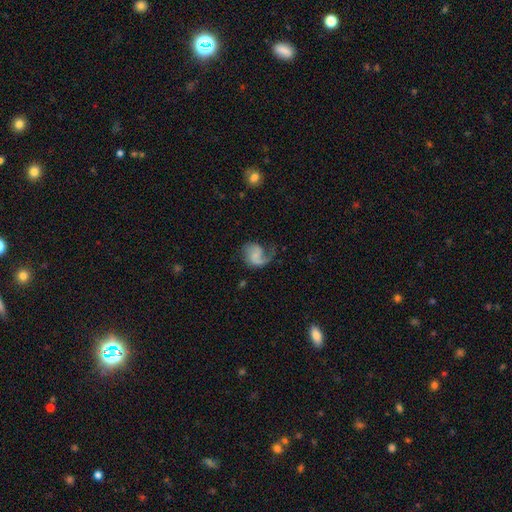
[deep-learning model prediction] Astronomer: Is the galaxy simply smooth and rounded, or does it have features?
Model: featured or disk — 71%.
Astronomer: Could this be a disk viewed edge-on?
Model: no — 98%.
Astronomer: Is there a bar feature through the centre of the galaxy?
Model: no — 54% (runner-up: weak, 38%).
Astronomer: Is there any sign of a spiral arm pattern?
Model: yes — 93%.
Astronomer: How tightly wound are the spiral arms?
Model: loose — 47% (runner-up: medium, 39%).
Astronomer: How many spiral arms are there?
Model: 1 — 52% (runner-up: 2, 42%).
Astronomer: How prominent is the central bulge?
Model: none — 50% (runner-up: small, 30%).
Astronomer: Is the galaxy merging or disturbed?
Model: none — 46% (runner-up: major disturbance, 29%).